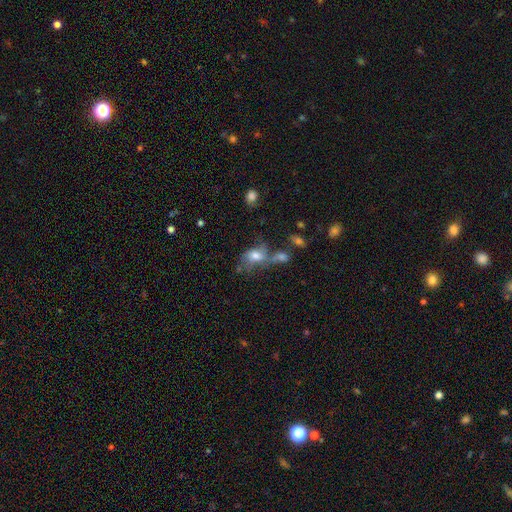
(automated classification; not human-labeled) Q: Smooth or featured?
A: smooth (51%); runner-up: featured or disk (37%)
Q: How rounded?
A: in between (74%); runner-up: round (23%)
Q: Merging?
A: merger (31%); runner-up: none (29%)